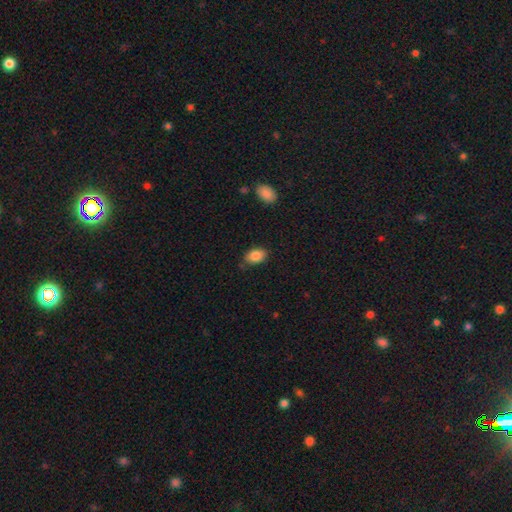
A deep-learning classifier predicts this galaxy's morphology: A smooth galaxy with no disk features (87%) that is in between round and cigar-shaped (87%). Merging: none (80%).